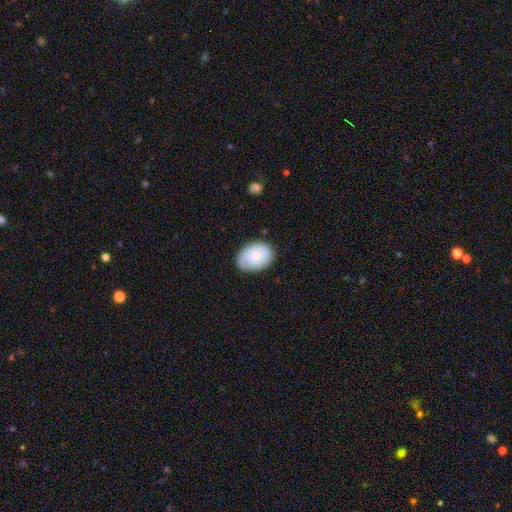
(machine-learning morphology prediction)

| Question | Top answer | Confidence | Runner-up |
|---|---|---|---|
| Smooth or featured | smooth | 66% | featured or disk (28%) |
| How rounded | in between | 75% | round (24%) |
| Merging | none | 77% | minor disturbance (17%) |